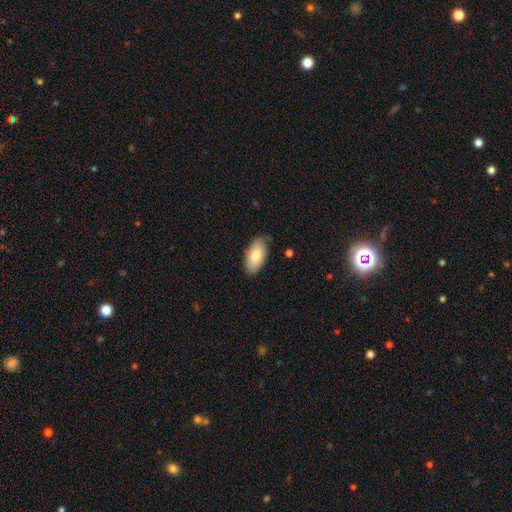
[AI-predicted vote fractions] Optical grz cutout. It shows a smooth galaxy with no disk features (80%) that is in between round and cigar-shaped (94%). Merging: none (80%).